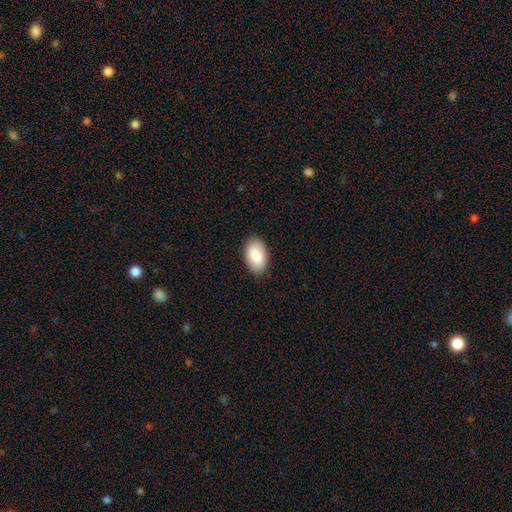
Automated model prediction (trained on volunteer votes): Smooth or featured?
  - smooth: 86% *
  - featured or disk: 8%
  - star or artifact: 6%
How rounded?
  - in between: 94% *
  - round: 5%
  - cigar-shaped: 1%
Merging?
  - none: 88% *
  - minor disturbance: 9%
  - major disturbance: 2%
  - merger: 1%